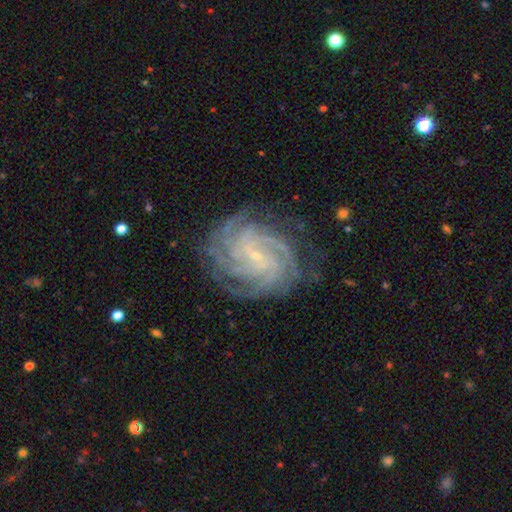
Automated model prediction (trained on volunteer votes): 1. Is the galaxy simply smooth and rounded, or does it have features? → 91% featured or disk, 6% star or artifact, 4% smooth.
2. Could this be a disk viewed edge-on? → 98% no, 2% yes.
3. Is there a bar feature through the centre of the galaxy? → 46% no, 40% weak, 14% strong.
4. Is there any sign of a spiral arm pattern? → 98% yes, 2% no.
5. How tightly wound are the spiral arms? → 75% tight, 21% medium, 3% loose.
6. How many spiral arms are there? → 34% 4, 26% more than 4, 13% can't tell, 12% 3, 8% 2, 7% 1.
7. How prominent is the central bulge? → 86% small, 9% moderate, 3% none, 1% large, 1% dominant.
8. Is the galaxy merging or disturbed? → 80% none, 14% minor disturbance, 5% major disturbance, 1% merger.